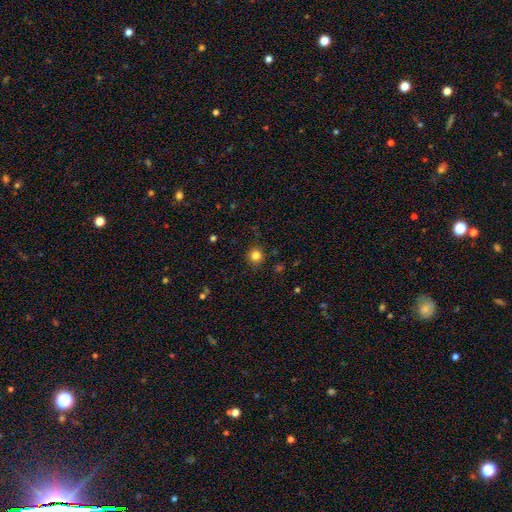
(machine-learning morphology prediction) This is clearly a smooth galaxy (82%). How rounded: clearly round (90%). Merging: clearly none (87%).